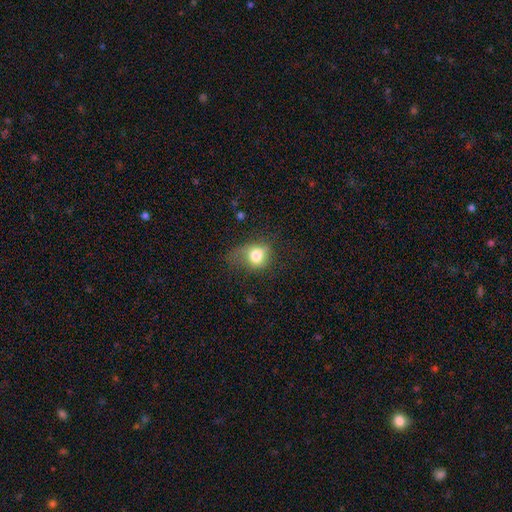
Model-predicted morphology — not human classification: The model was most divided on "merging" (2-way tie): none: 33%, minor disturbance: 33%, major disturbance: 31%, merger: 3%. More confident: smooth or featured — smooth (74%); how rounded — round (54%).